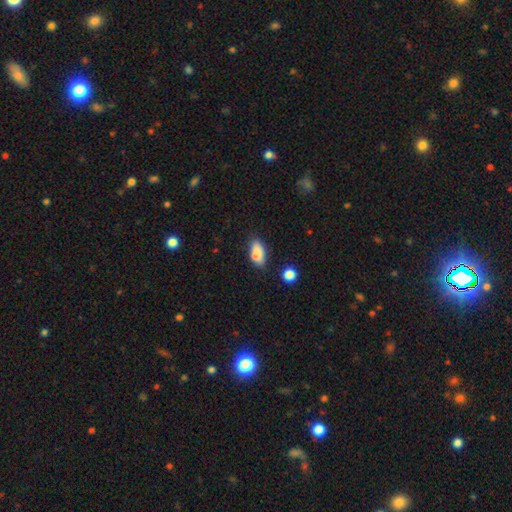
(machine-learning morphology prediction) A smooth galaxy with no disk features (82%) that is in between round and cigar-shaped (86%). Merging: none (67%).